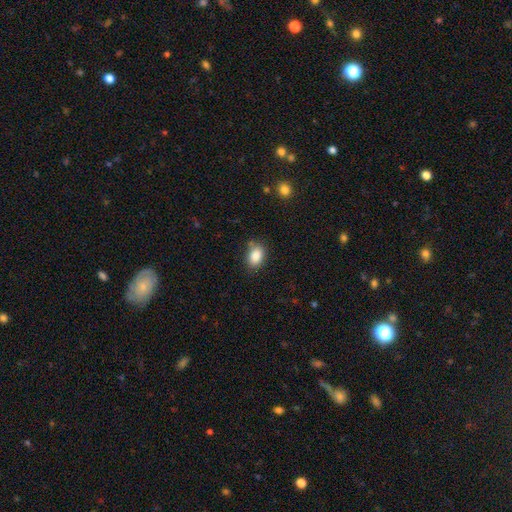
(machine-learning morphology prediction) A smooth galaxy with no disk features (86%) that is in between round and cigar-shaped (80%). Merging: none (76%).